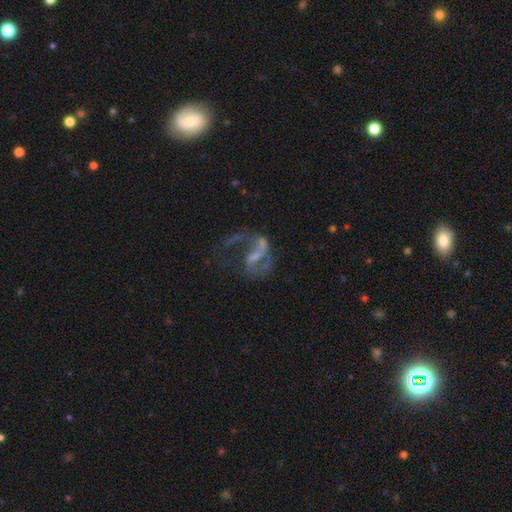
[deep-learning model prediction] smooth_or_featured: featured or disk (p=0.75) [alt: smooth p=0.13]
disk_edge_on: no (p=0.97) [alt: yes p=0.03]
bar: weak (p=0.41) [alt: no p=0.31]
has_spiral_arms: yes (p=0.73) [alt: no p=0.27]
spiral_winding: loose (p=0.58) [alt: medium p=0.33]
spiral_arm_count: 2 (p=0.63) [alt: 1 p=0.23]
bulge_size: none (p=0.39) [alt: small p=0.35]
merging: major disturbance (p=0.42) [alt: none p=0.33]